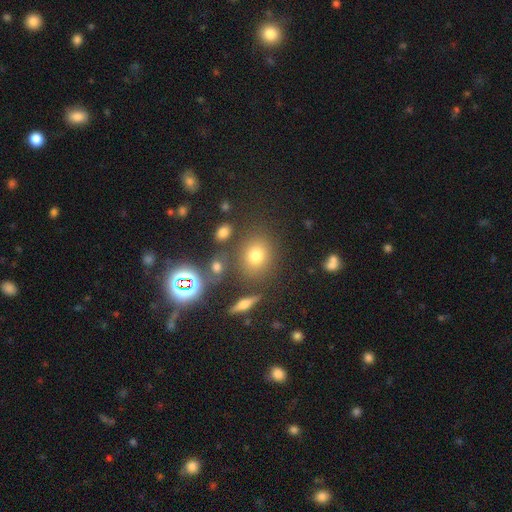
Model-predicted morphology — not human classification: Overall: smooth (68%). How rounded: round (60%; in between 38%). Merging: none (76%).